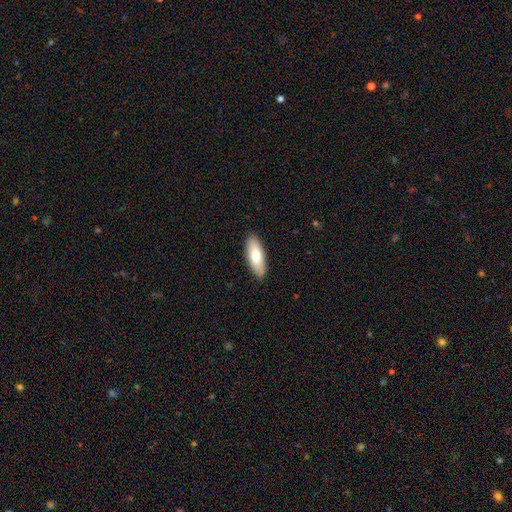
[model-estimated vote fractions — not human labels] Q: Smooth or featured?
A: smooth (76%); runner-up: featured or disk (18%)
Q: How rounded?
A: in between (72%); runner-up: cigar-shaped (26%)
Q: Merging?
A: none (89%); runner-up: minor disturbance (8%)